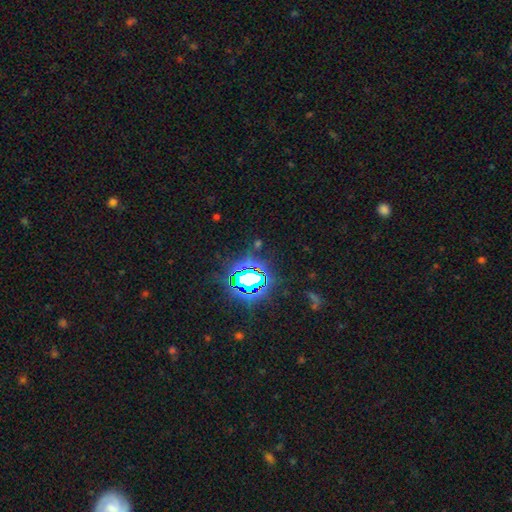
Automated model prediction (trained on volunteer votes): Smooth or featured? Predicted: star or artifact (p=0.82).